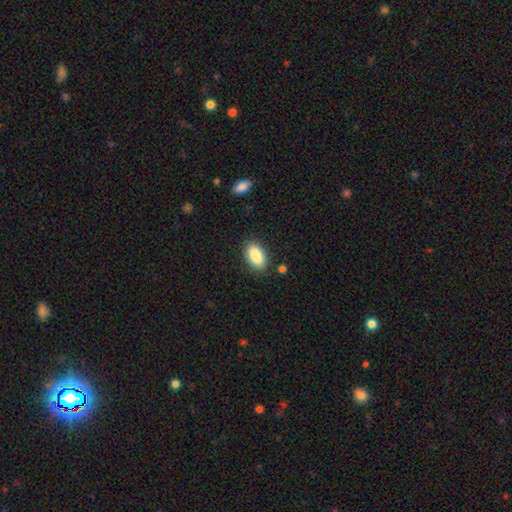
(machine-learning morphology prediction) A smooth galaxy with no disk features (88%) that is in between round and cigar-shaped (92%).

Vote fractions:
- Smooth or featured? smooth: 88% / star or artifact: 7% / featured or disk: 5%
- How rounded? in between: 92% / round: 5% / cigar-shaped: 3%
- Merging? none: 86% / minor disturbance: 10% / major disturbance: 3% / merger: 2%